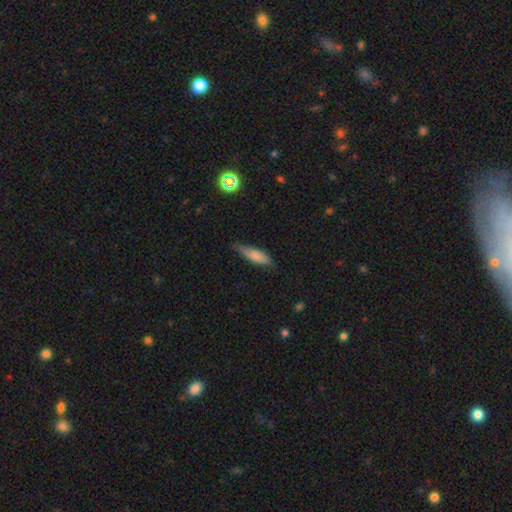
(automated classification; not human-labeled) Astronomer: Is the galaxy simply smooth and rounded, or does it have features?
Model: smooth — 77%.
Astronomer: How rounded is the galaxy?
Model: cigar-shaped — 52% (runner-up: in between, 46%).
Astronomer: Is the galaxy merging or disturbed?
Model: none — 63%.